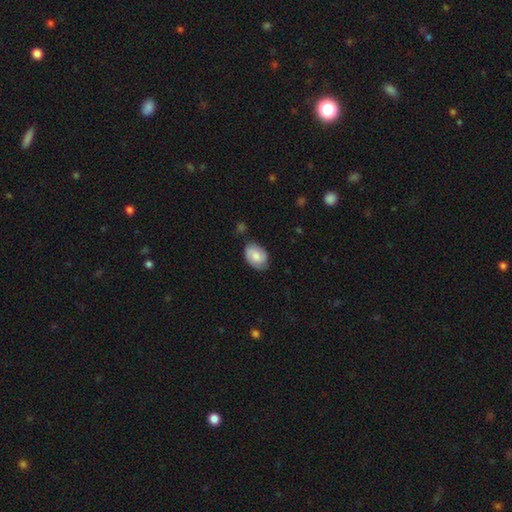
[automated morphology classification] smooth 56%, featured or disk 37%, star or artifact 7%. Down the decision tree: how rounded — in between (82%); merging — none (68%).